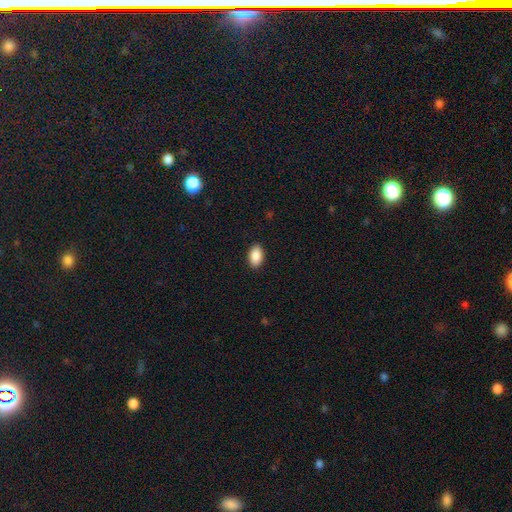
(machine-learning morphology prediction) A smooth galaxy with no disk features (89%) that is in between round and cigar-shaped (92%). Merging: none (90%).